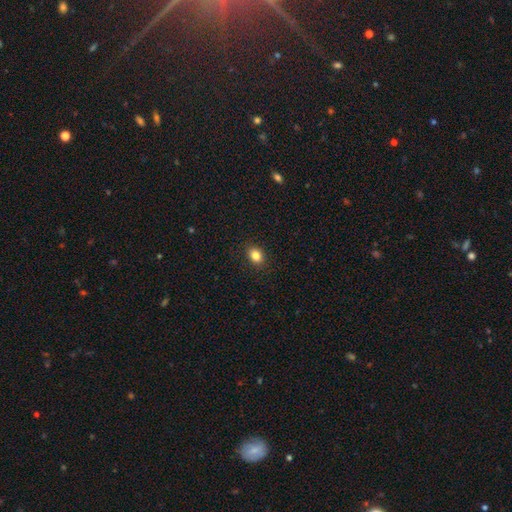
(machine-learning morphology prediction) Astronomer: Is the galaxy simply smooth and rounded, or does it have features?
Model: smooth — 84%.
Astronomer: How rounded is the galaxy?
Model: in between — 57% (runner-up: round, 42%).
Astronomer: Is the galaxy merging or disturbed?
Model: none — 89%.